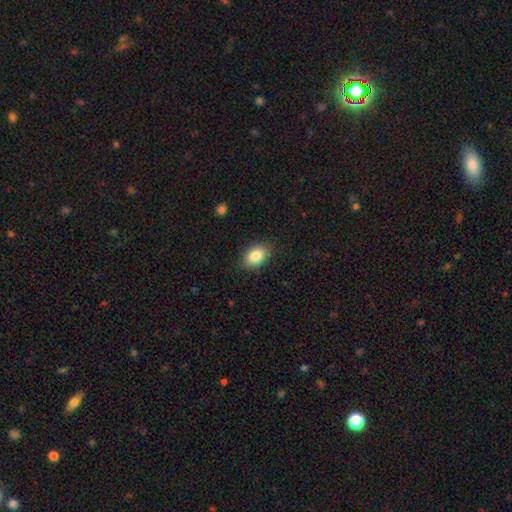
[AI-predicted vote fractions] Overall: smooth (84%). How rounded: in between (85%). Merging: none (85%).